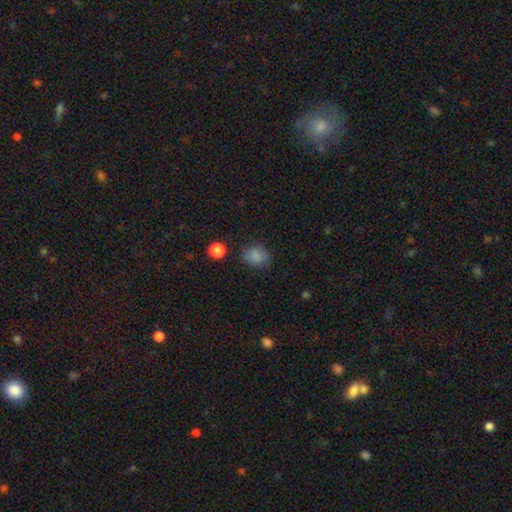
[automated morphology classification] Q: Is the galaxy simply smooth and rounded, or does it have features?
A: smooth — 84%.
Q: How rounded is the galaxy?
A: round — 61%.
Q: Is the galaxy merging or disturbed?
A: none — 80%.